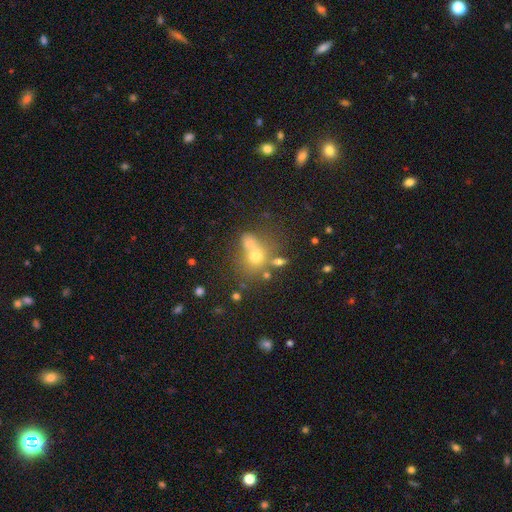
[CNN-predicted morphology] Q: Smooth or featured?
A: smooth (61%); runner-up: featured or disk (21%)
Q: How rounded?
A: round (63%); runner-up: in between (35%)
Q: Merging?
A: merger (48%); runner-up: none (34%)